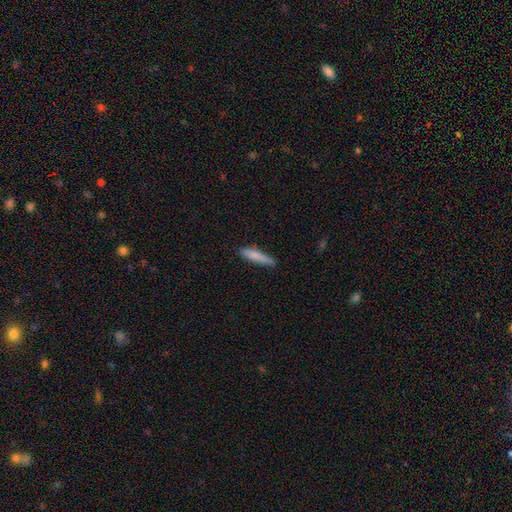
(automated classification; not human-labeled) Smooth or featured? smooth (80%)
How rounded? cigar-shaped (85%)
Merging? none (78%)